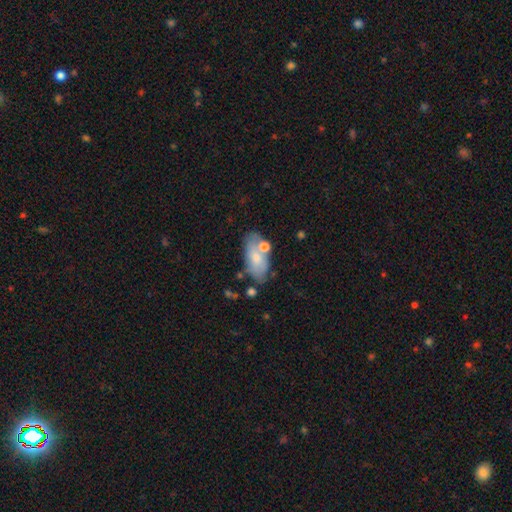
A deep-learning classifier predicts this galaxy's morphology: The model was most divided on "smooth or featured": smooth: 63%, featured or disk: 29%, star or artifact: 8%. More confident: how rounded — in between (88%); merging — none (60%).